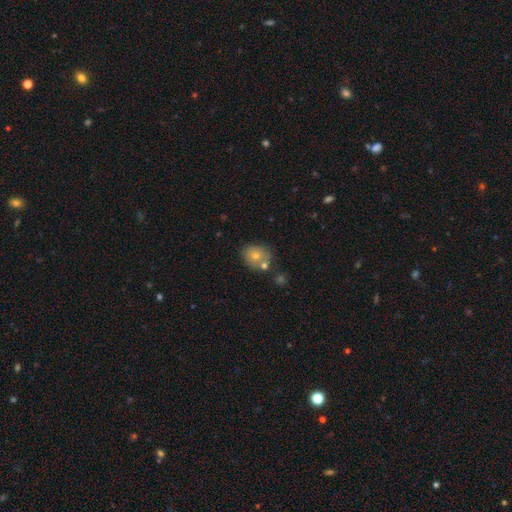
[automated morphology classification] Overall: smooth (65%). How rounded: round (66%; in between 32%). Merging: none (63%).